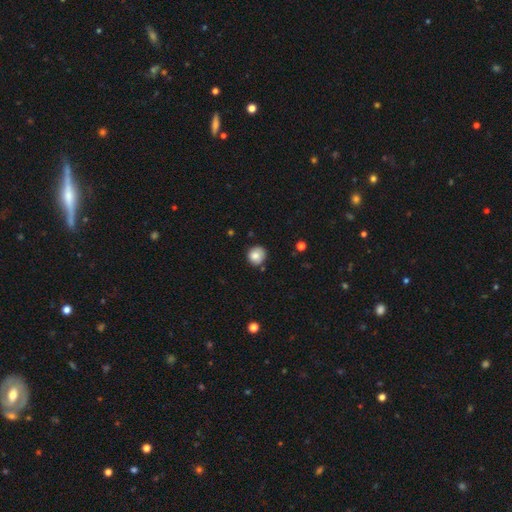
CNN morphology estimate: This appears to be a smooth galaxy with no disk features (84%) that is round (90%). Merging: none (78%).